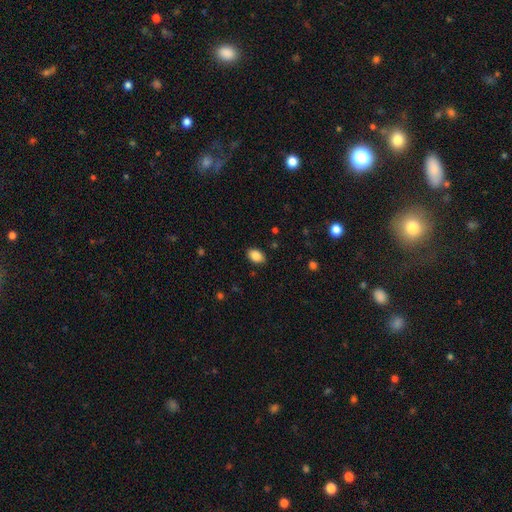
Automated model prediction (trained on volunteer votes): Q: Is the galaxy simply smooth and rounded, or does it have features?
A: smooth — 87%.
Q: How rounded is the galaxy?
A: in between — 86%.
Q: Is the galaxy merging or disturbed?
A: none — 87%.